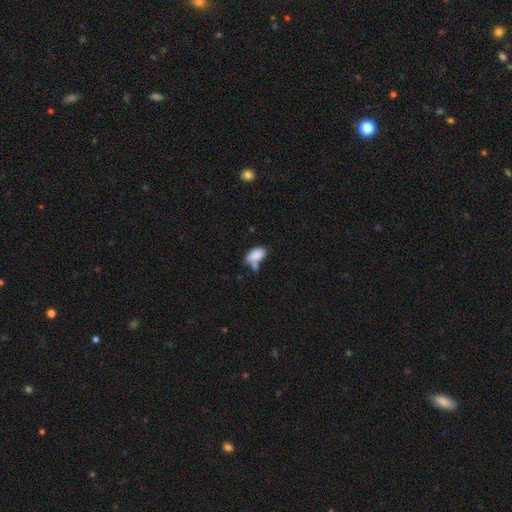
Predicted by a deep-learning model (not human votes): Q: Smooth or featured?
A: smooth (84%); runner-up: star or artifact (8%)
Q: How rounded?
A: in between (93%); runner-up: round (5%)
Q: Merging?
A: none (39%); runner-up: merger (34%)